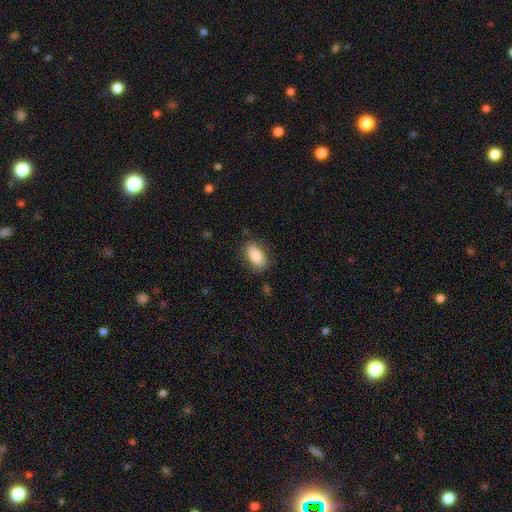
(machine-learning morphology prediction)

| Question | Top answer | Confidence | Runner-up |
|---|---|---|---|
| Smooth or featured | smooth | 85% | featured or disk (9%) |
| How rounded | in between | 90% | cigar-shaped (6%) |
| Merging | none | 80% | minor disturbance (14%) |